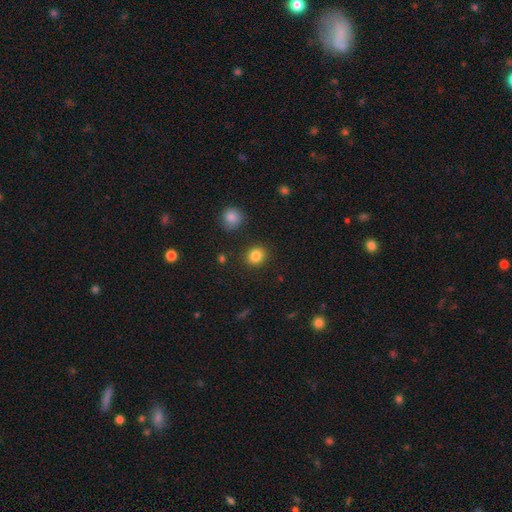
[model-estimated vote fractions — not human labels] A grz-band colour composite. It shows a smooth galaxy with no disk features (84%) that is round (76%). Merging: none (89%).